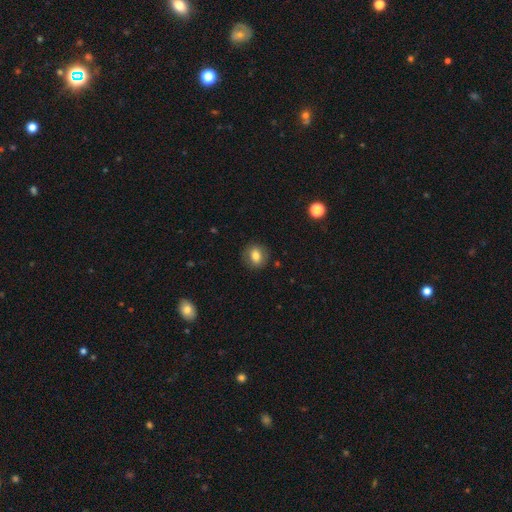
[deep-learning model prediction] Smooth or featured? Predicted: smooth (p=0.76). How rounded? Predicted: round (p=0.66). Merging? Predicted: none (p=0.86).